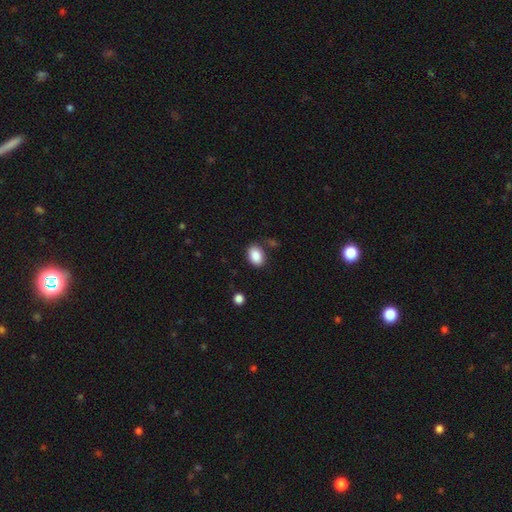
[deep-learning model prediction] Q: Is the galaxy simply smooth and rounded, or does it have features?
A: smooth — 88%.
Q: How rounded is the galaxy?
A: in between — 82%.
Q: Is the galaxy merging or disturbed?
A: none — 79%.